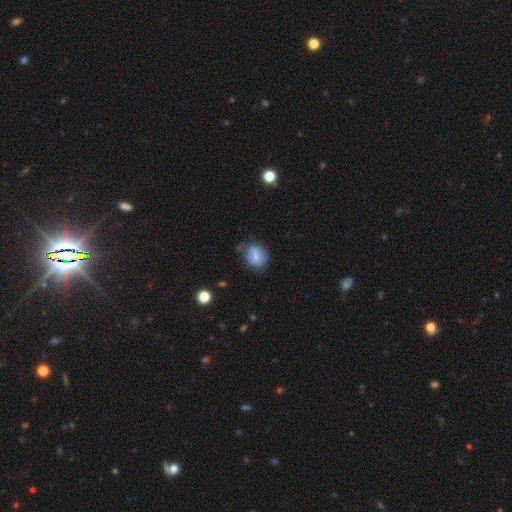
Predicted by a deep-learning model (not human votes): smooth-or-featured: smooth: 77% | featured or disk: 15% | star or artifact: 9%
  how-rounded: round: 57% | in between: 42% | cigar-shaped: 1%
  merging: none: 56% | minor disturbance: 31% | major disturbance: 9% | merger: 3%